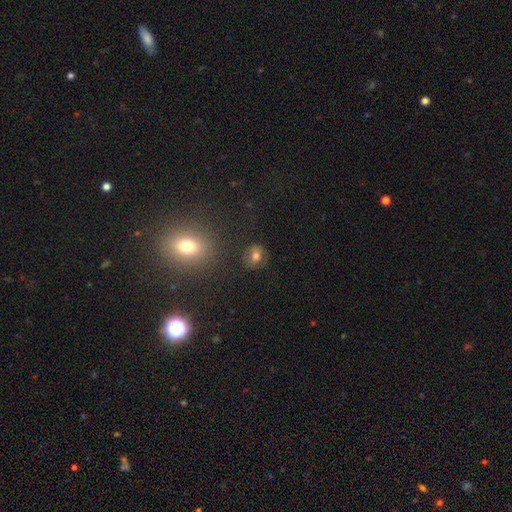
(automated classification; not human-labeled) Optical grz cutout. It shows a smooth galaxy with no disk features (73%) that is round (73%). Merging: none (82%).